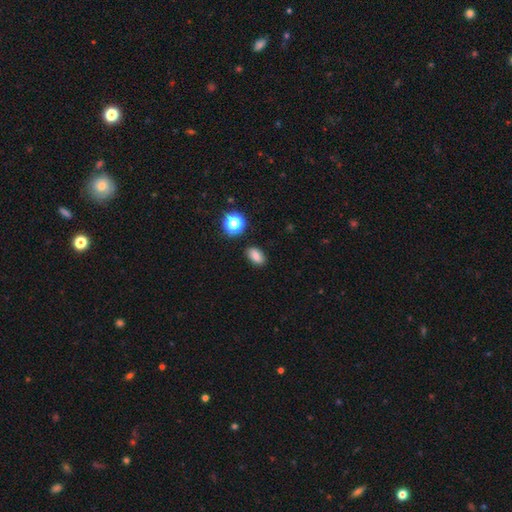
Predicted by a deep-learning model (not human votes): Smooth or featured? Predicted: smooth (p=0.80). How rounded? Predicted: in between (p=0.85). Merging? Predicted: none (p=0.86).